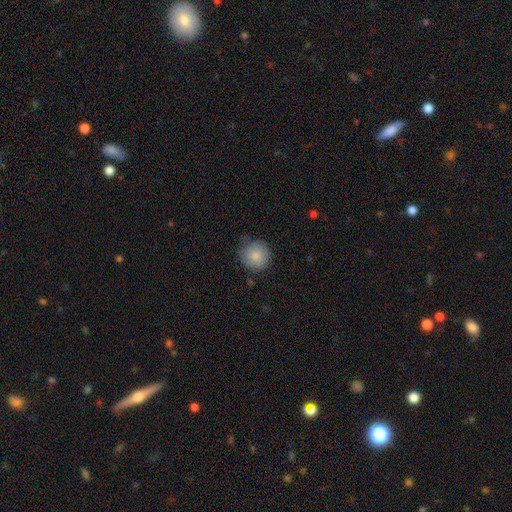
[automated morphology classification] This is clearly a smooth galaxy (84%). How rounded: clearly round (93%). Merging: likely none (74%).